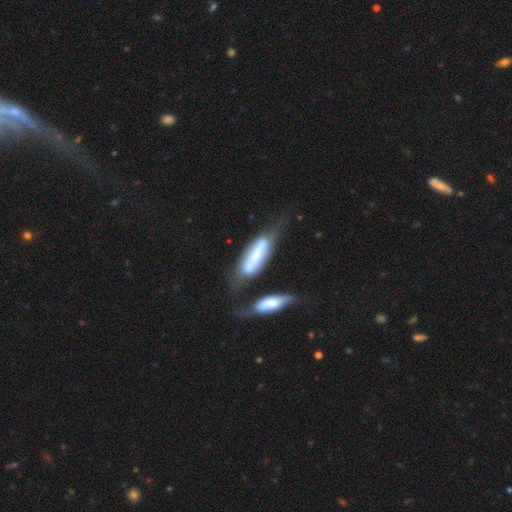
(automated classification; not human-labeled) Q: Smooth or featured?
A: smooth (50%); runner-up: featured or disk (43%)
Q: Merging?
A: none (31%); tied with: merger (31%)